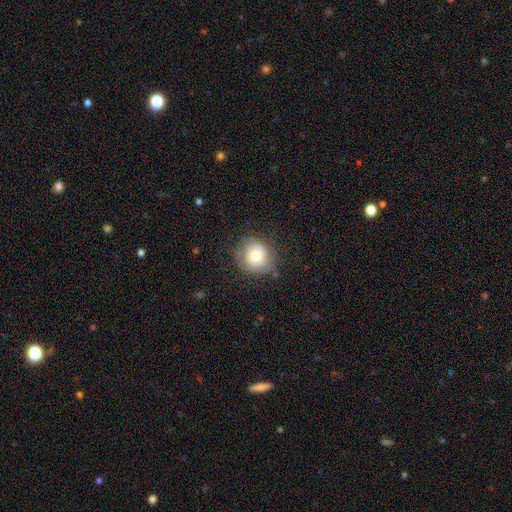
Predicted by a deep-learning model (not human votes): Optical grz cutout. It shows a smooth galaxy with no disk features (76%) that is round (82%). Merging: none (73%).